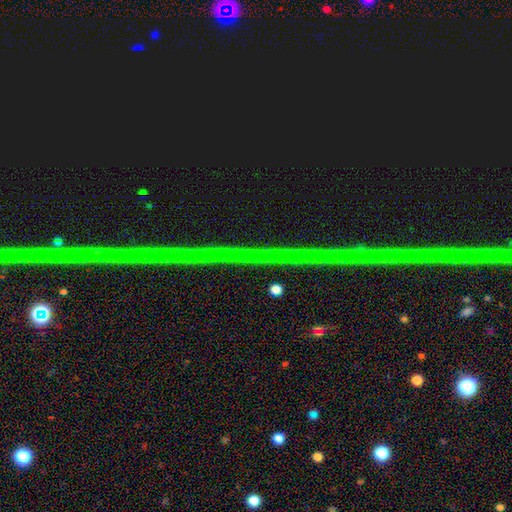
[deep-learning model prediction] smooth-or-featured: star or artifact: 88% | featured or disk: 7% | smooth: 4%